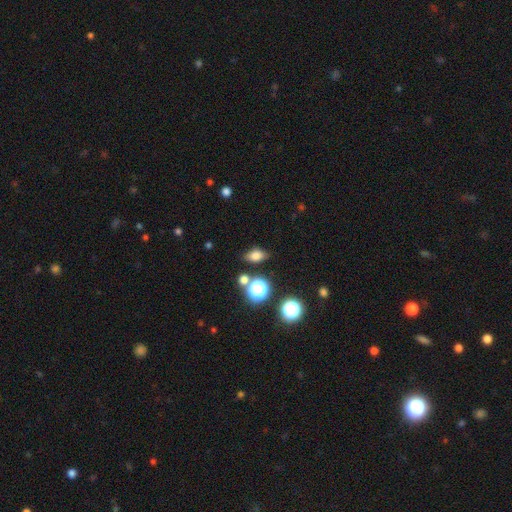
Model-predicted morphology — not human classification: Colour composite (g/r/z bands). It shows a smooth galaxy with no disk features (74%) that is in between round and cigar-shaped (77%). Merging: none (79%).